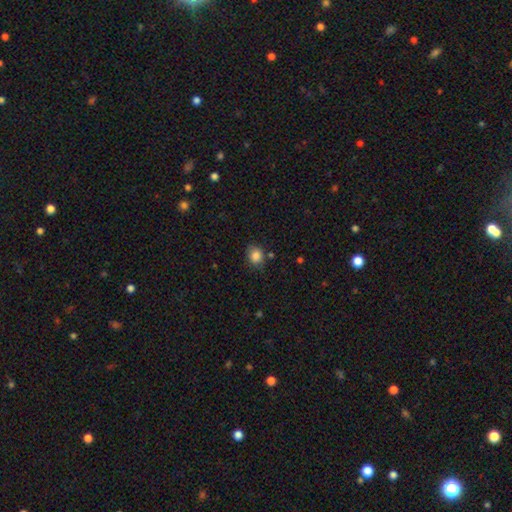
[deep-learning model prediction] A smooth galaxy with no disk features (85%) that is round (66%).

Vote fractions:
- Smooth or featured? smooth: 85% / star or artifact: 10% / featured or disk: 5%
- How rounded? round: 66% / in between: 33% / cigar-shaped: 1%
- Merging? none: 74% / minor disturbance: 19% / major disturbance: 4% / merger: 3%